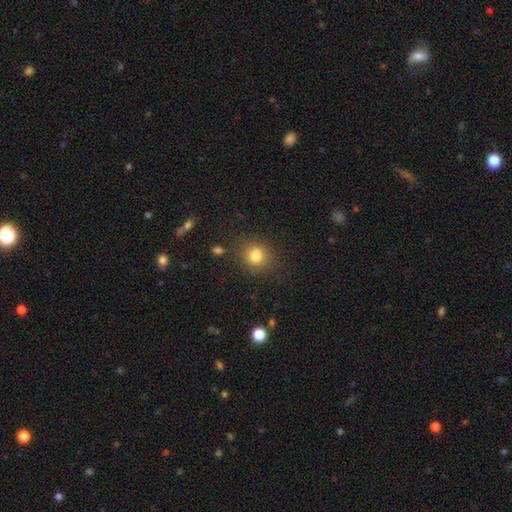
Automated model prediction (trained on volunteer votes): Smooth or featured? smooth (80%)
How rounded? round (77%)
Merging? none (80%)